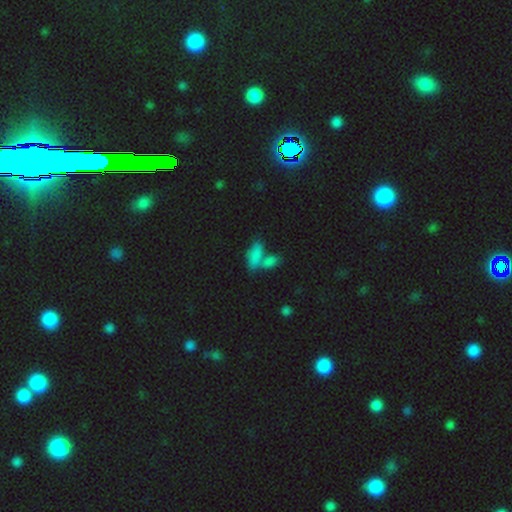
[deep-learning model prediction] Q: Smooth or featured?
A: smooth (77%); runner-up: star or artifact (13%)
Q: How rounded?
A: in between (73%); runner-up: cigar-shaped (21%)
Q: Merging?
A: merger (48%); runner-up: none (36%)